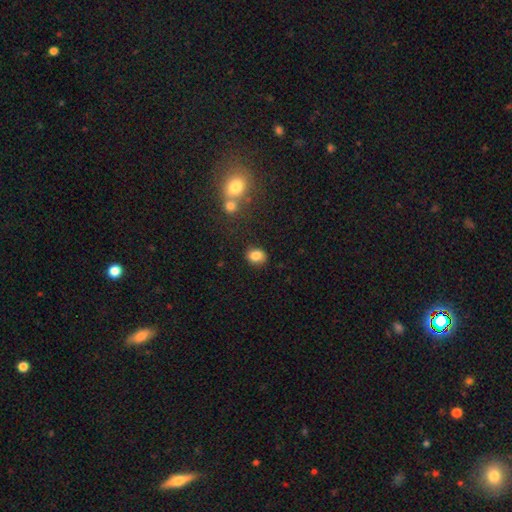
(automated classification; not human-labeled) This is clearly a smooth galaxy (83%). How rounded: possibly round (54%). Merging: clearly none (82%).